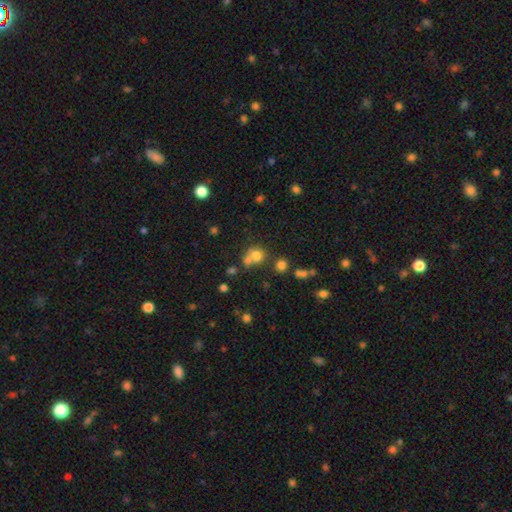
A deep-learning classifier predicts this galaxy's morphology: This is likely a smooth galaxy (72%). How rounded: likely round (77%). Merging: marginally none (44%).